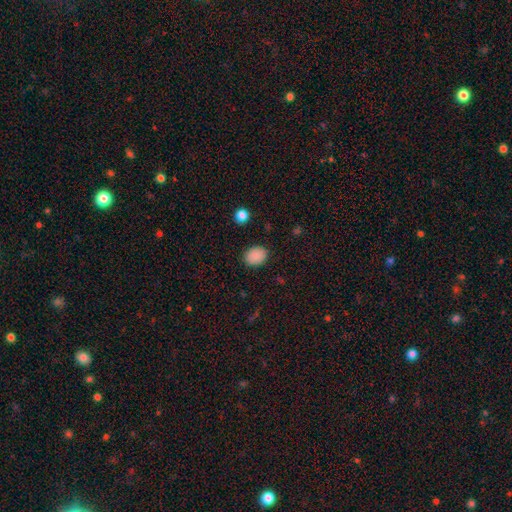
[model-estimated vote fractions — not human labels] This appears to be a smooth galaxy with no disk features (88%) that is in between round and cigar-shaped (62%). Merging: none (88%).